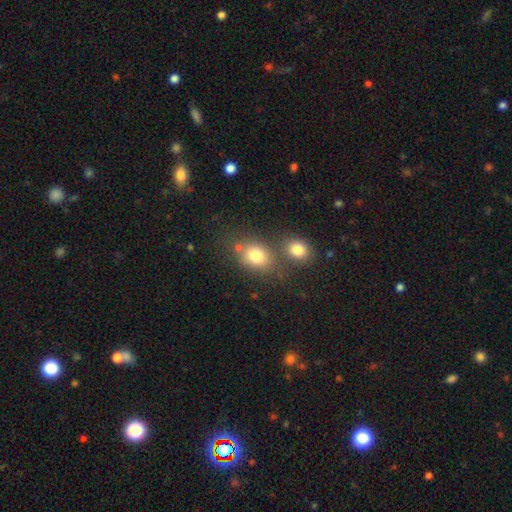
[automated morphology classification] smooth-or-featured: smooth: 78% | star or artifact: 12% | featured or disk: 10%
  how-rounded: in between: 52% | round: 47% | cigar-shaped: 1%
  merging: none: 54% | merger: 29% | minor disturbance: 12% | major disturbance: 5%